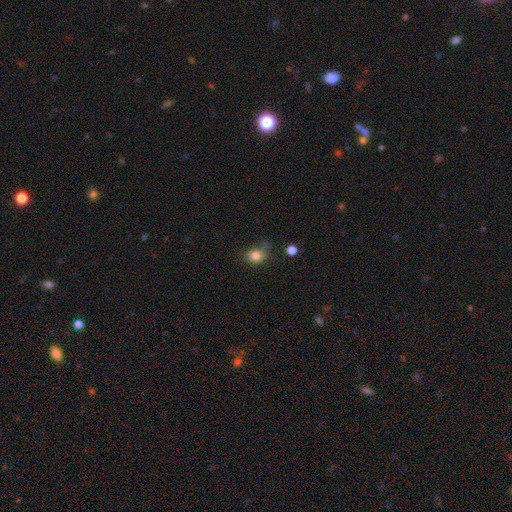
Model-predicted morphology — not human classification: Smooth or featured? smooth (81%)
How rounded? round (58%)
Merging? none (54%)